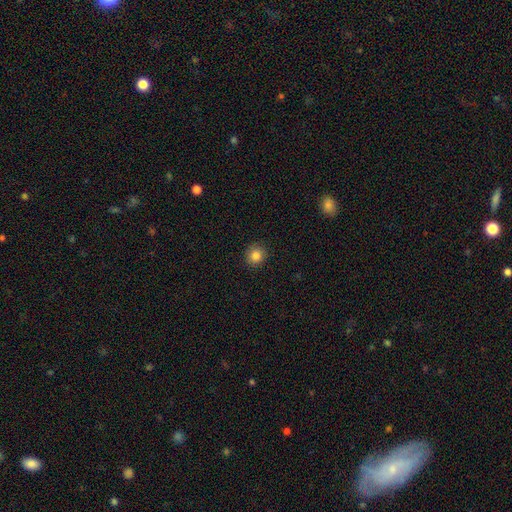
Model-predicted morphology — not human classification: A smooth galaxy with no disk features (84%) that is round (90%). Merging: none (90%).